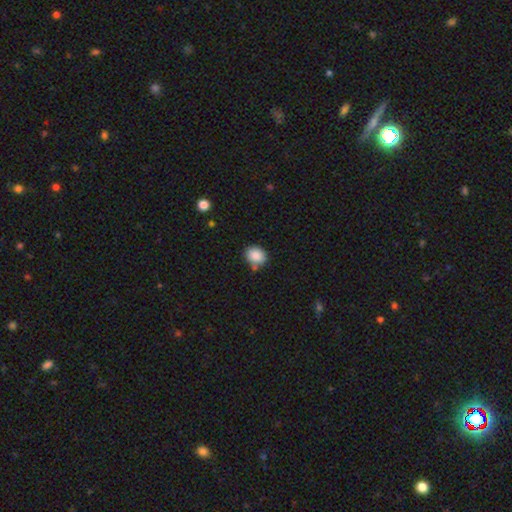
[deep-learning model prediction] Smooth or featured: smooth — 87% (star or artifact — 8%)
How rounded: round — 54% (in between — 45%)
Merging: none — 75% (minor disturbance — 14%)